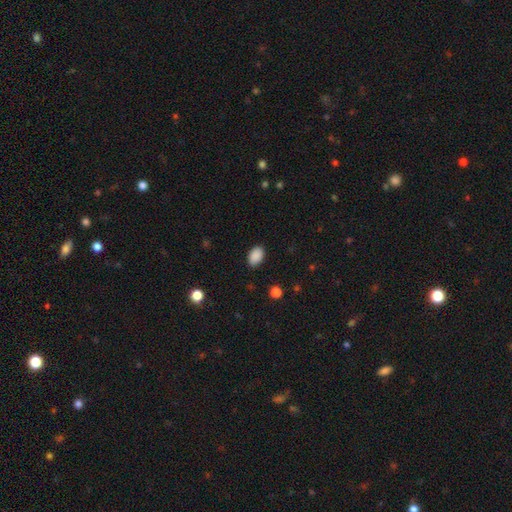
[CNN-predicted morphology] Q: Smooth or featured?
A: smooth (89%); runner-up: star or artifact (8%)
Q: How rounded?
A: in between (88%); runner-up: round (11%)
Q: Merging?
A: none (86%); runner-up: minor disturbance (11%)